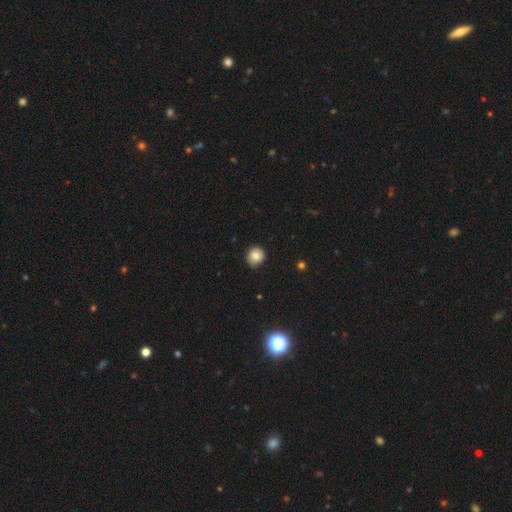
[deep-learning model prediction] Smooth or featured?
  - smooth: 83% *
  - star or artifact: 9%
  - featured or disk: 8%
How rounded?
  - round: 84% *
  - in between: 15%
  - cigar-shaped: 1%
Merging?
  - none: 85% *
  - minor disturbance: 12%
  - major disturbance: 2%
  - merger: 1%